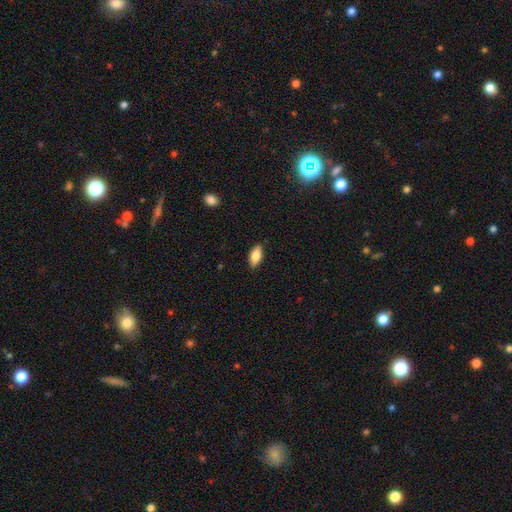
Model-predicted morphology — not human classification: Smooth or featured? Predicted: smooth (p=0.82). How rounded? Predicted: in between (p=0.89). Merging? Predicted: none (p=0.87).